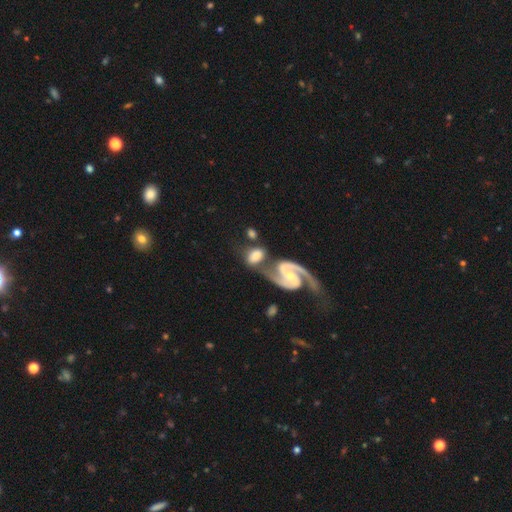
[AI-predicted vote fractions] Smooth or featured? Predicted: featured or disk (p=0.57). Edge-on disk? Predicted: no (p=0.96). Bar? Predicted: weak (p=0.42). Spiral arms? Predicted: yes (p=0.91). Bulge size? Predicted: small (p=0.49). Merging? Predicted: merger (p=0.46).